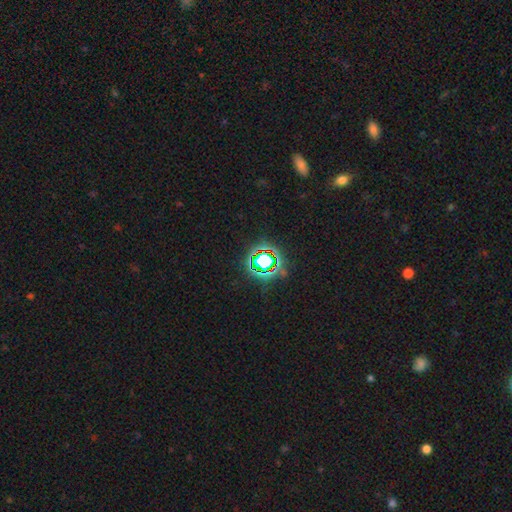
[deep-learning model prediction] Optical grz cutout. It shows a star or artifact, not a galaxy (70%).